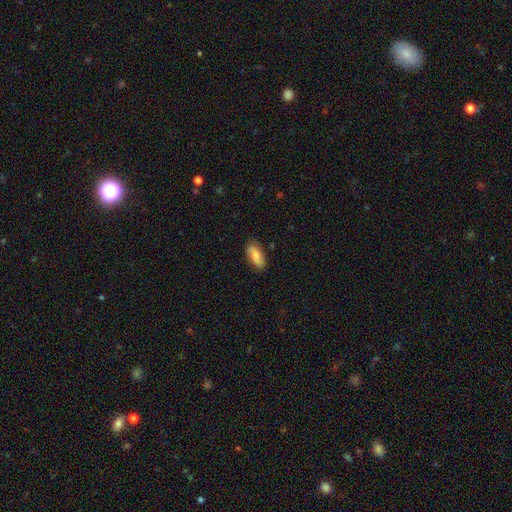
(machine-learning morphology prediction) Overall: smooth (80%). How rounded: in between (82%). Merging: none (84%).